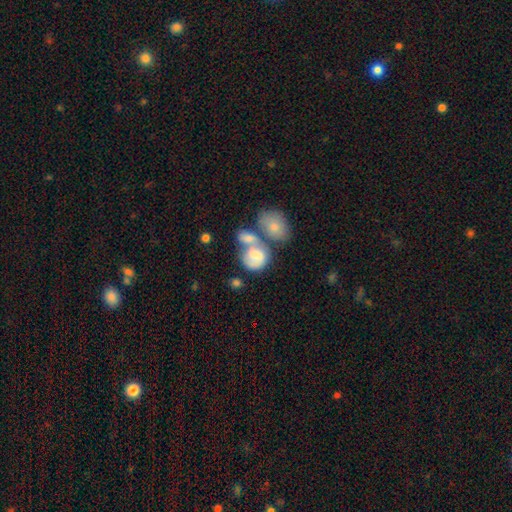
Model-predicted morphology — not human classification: smooth-or-featured: smooth: 61% | featured or disk: 31% | star or artifact: 8%
  how-rounded: in between: 50% | round: 49% | cigar-shaped: 1%
  merging: merger: 52% | none: 22% | minor disturbance: 13% | major disturbance: 12%